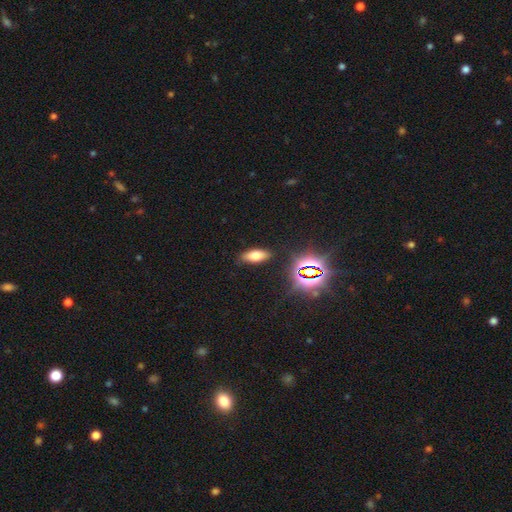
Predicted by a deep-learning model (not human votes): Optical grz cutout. It shows a smooth galaxy with no disk features (67%) that is in between round and cigar-shaped (74%). Merging: none (86%).